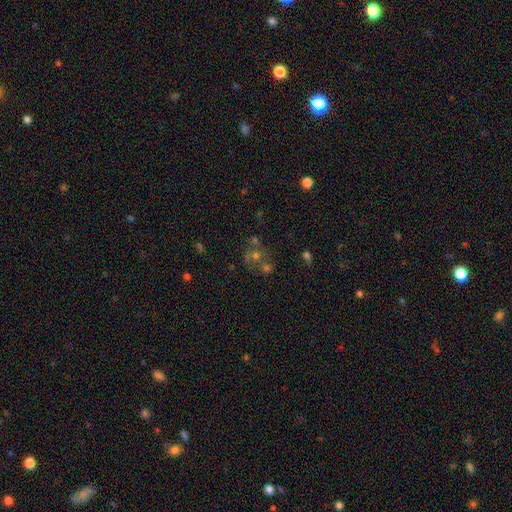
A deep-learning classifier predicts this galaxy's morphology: The model was most divided on "smooth or featured": smooth: 43%, star or artifact: 35%, featured or disk: 22%. Remaining: merging — none (47%).